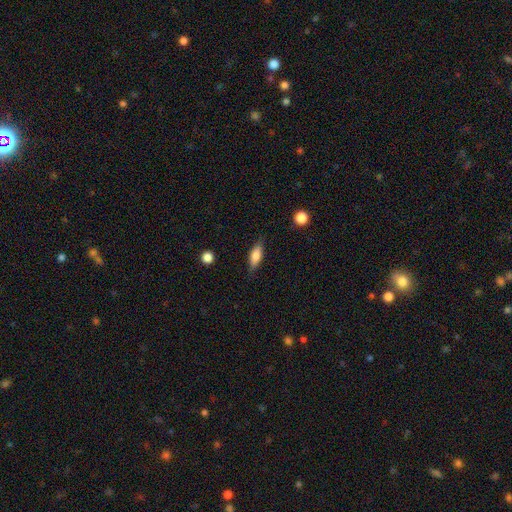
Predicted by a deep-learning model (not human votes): smooth-or-featured: smooth: 74% | featured or disk: 19% | star or artifact: 7%
  how-rounded: in between: 65% | cigar-shaped: 32% | round: 3%
  merging: none: 82% | minor disturbance: 14% | major disturbance: 3% | merger: 1%